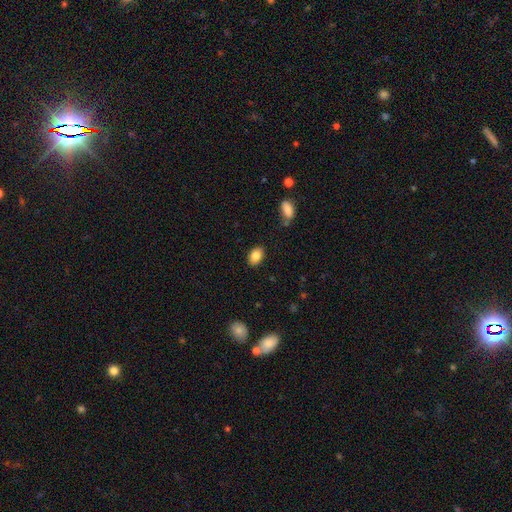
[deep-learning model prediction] The model was most divided on "how rounded": in between: 82%, round: 17%, cigar-shaped: 1%. More confident: merging — none (86%); smooth or featured — smooth (84%).